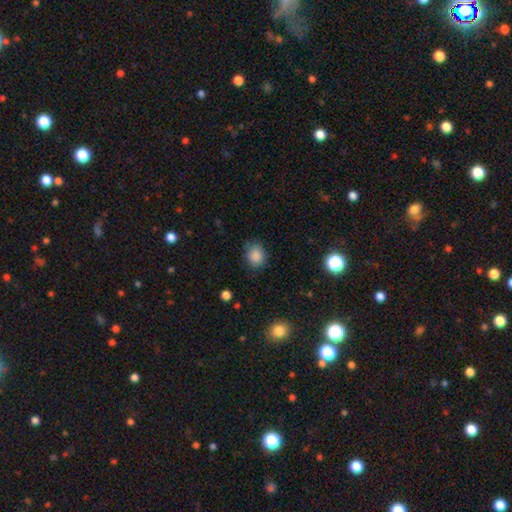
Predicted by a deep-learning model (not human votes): smooth_or_featured: smooth (p=0.86) [alt: star or artifact p=0.10]
how_rounded: round (p=0.63) [alt: in between p=0.36]
merging: none (p=0.77) [alt: minor disturbance p=0.18]